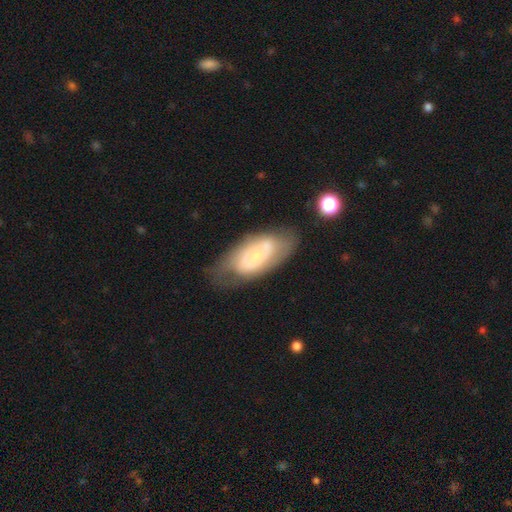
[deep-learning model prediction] smooth-or-featured: featured or disk: 50% | smooth: 43% | star or artifact: 7%
  disk-edge-on: no: 90% | yes: 10%
  merging: none: 56% | minor disturbance: 25% | major disturbance: 13% | merger: 5%